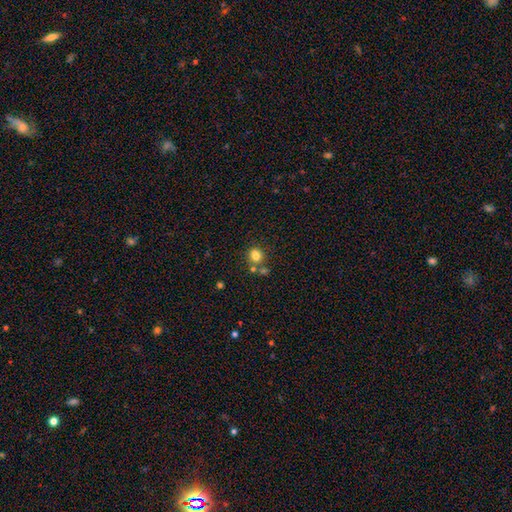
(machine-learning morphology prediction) Smooth or featured? Predicted: smooth (p=0.78). How rounded? Predicted: round (p=0.65). Merging? Predicted: none (p=0.56).